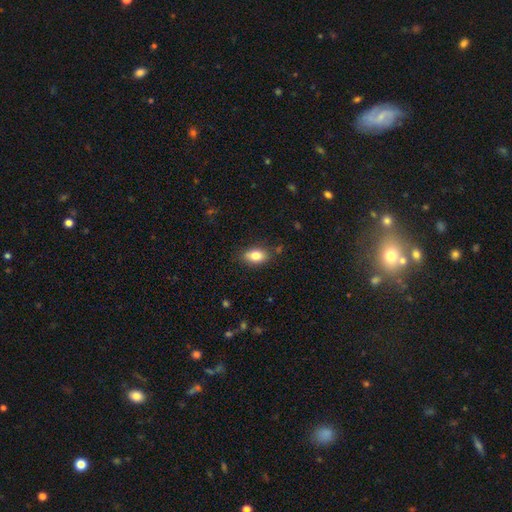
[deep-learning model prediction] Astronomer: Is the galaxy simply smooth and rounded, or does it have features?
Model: smooth — 82%.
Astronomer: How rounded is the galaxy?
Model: in between — 88%.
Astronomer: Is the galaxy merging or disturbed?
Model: none — 83%.